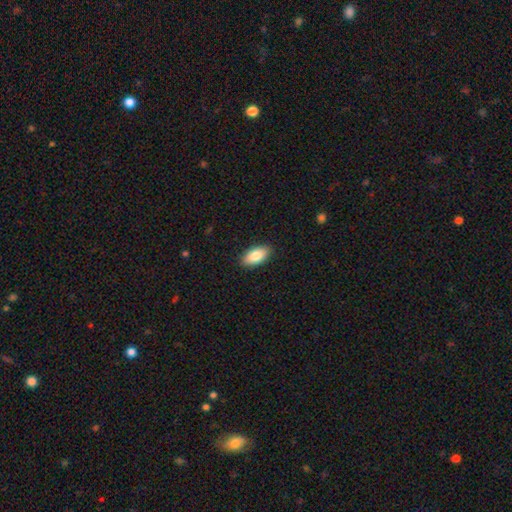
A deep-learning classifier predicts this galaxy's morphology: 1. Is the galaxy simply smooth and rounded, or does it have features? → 83% smooth, 11% featured or disk, 6% star or artifact.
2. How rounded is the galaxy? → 93% in between, 4% cigar-shaped, 3% round.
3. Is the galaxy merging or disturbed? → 89% none, 8% minor disturbance, 2% major disturbance, 1% merger.